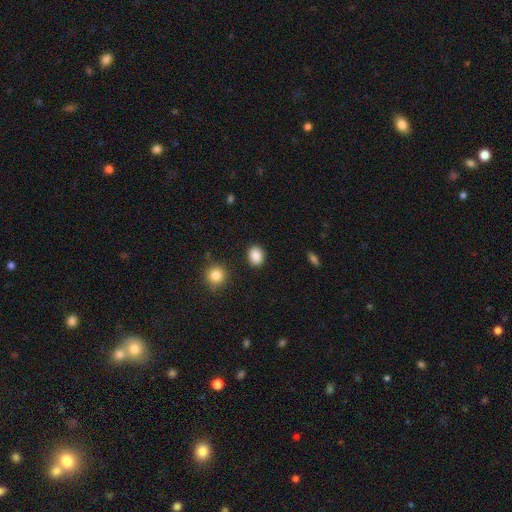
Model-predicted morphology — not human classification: This is clearly a smooth galaxy (88%). How rounded: possibly in between (51%). Merging: clearly none (89%).